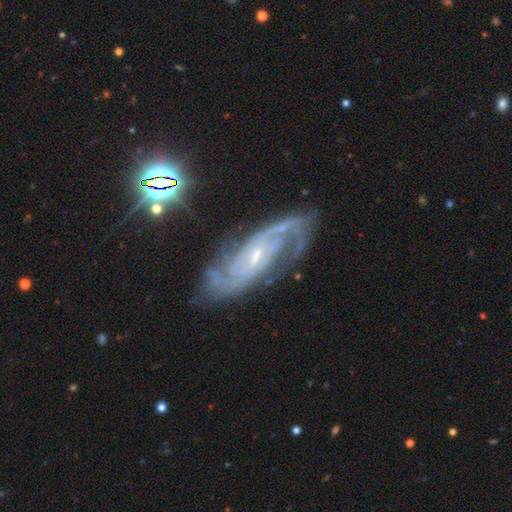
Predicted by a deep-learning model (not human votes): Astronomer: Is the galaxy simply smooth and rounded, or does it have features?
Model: featured or disk — 89%.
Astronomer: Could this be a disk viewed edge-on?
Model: no — 94%.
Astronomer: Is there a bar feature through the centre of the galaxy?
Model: weak — 44% (runner-up: no, 37%).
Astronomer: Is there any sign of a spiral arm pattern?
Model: yes — 98%.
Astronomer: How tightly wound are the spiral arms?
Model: tight — 45%, tied with medium at 45%.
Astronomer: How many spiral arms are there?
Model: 2 — 56%.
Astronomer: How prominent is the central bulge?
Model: small — 79%.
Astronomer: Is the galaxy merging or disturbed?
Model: none — 75%.